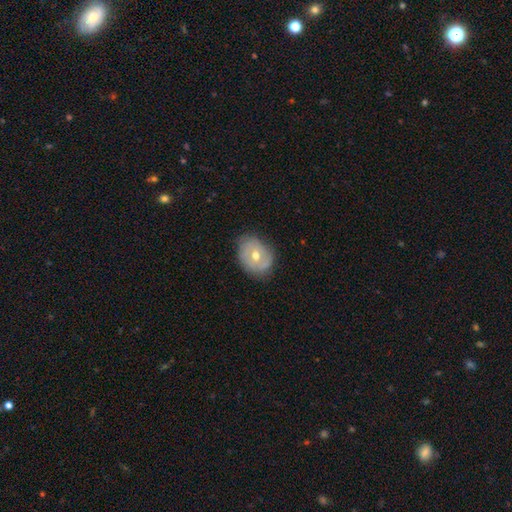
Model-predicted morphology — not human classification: Q: Smooth or featured?
A: featured or disk (56%); runner-up: smooth (36%)
Q: Edge-on disk?
A: no (95%); runner-up: yes (5%)
Q: Bar?
A: no (75%); runner-up: weak (20%)
Q: Spiral arms?
A: yes (54%); runner-up: no (46%)
Q: Bulge size?
A: moderate (72%); runner-up: small (23%)
Q: Merging?
A: none (72%); runner-up: minor disturbance (22%)